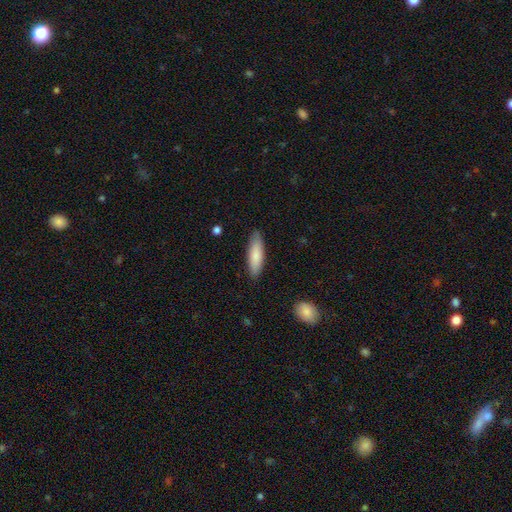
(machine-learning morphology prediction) This is clearly a smooth galaxy (83%). How rounded: possibly cigar-shaped (58%). Merging: clearly none (86%).